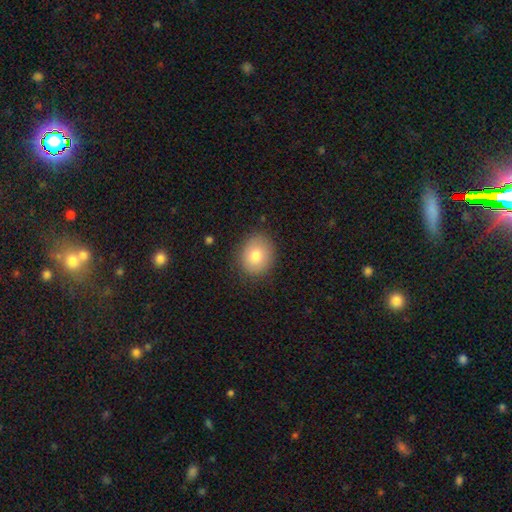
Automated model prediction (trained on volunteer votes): A smooth galaxy with no disk features (78%) that is round (65%). Merging: none (86%).